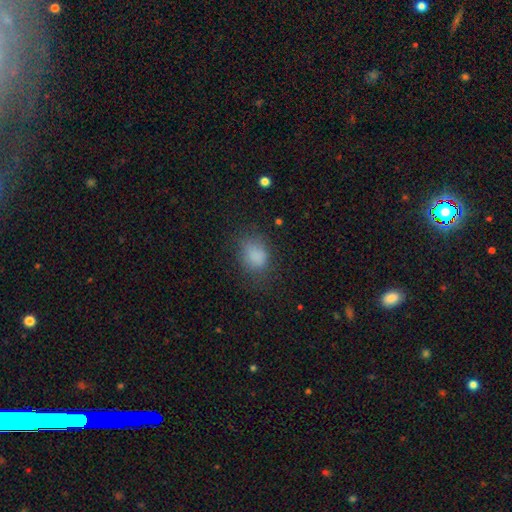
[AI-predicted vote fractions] Q: Smooth or featured?
A: smooth (80%); runner-up: star or artifact (12%)
Q: How rounded?
A: in between (63%); runner-up: round (36%)
Q: Merging?
A: none (63%); runner-up: minor disturbance (22%)